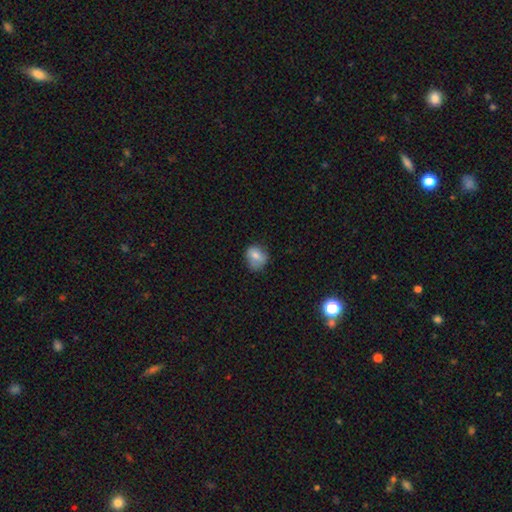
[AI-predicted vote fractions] smooth_or_featured: smooth (p=0.77) [alt: featured or disk p=0.14]
how_rounded: round (p=0.61) [alt: in between p=0.38]
merging: none (p=0.58) [alt: minor disturbance p=0.30]